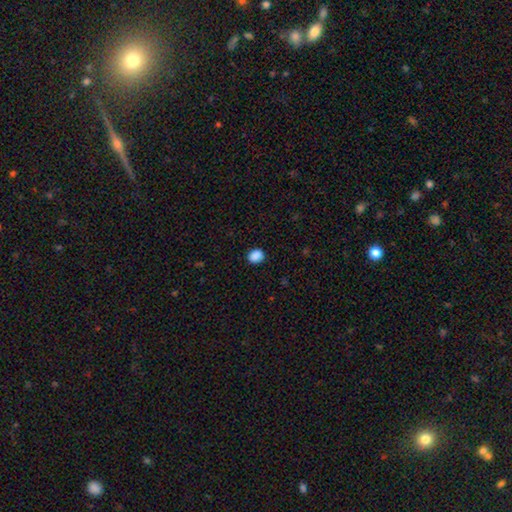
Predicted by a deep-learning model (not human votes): A smooth galaxy with no disk features (88%) that is round (61%). Merging: none (87%).